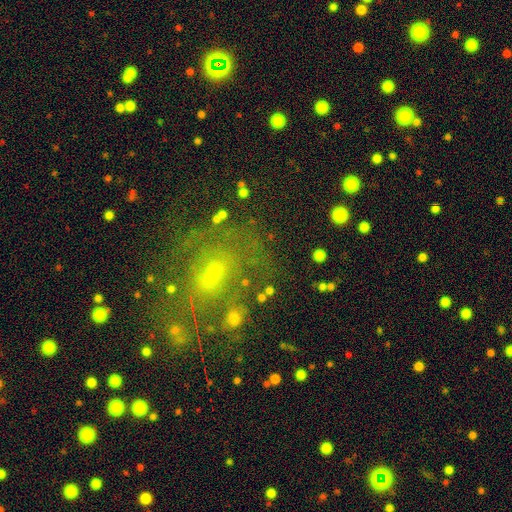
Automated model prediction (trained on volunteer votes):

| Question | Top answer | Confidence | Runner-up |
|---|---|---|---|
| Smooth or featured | featured or disk | 40% | smooth (32%) |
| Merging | none | 68% | minor disturbance (17%) |